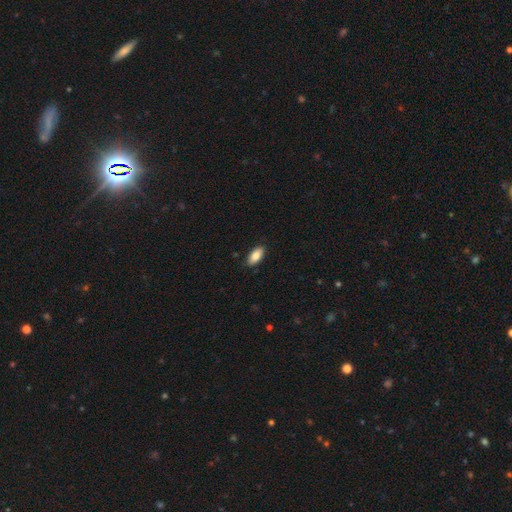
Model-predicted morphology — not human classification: A smooth galaxy with no disk features (85%) that is in between round and cigar-shaped (91%). Merging: none (89%).